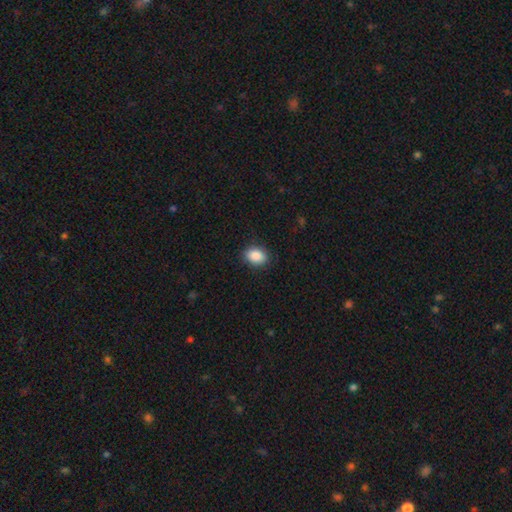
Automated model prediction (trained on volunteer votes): This is clearly a smooth galaxy (88%). How rounded: likely in between (73%). Merging: clearly none (88%).